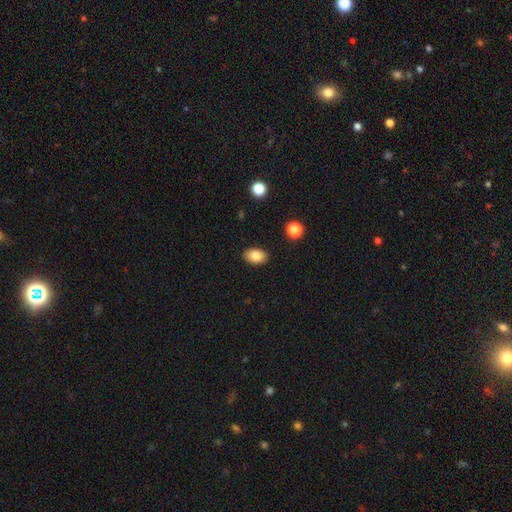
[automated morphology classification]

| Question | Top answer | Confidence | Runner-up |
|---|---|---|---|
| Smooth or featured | smooth | 84% | star or artifact (9%) |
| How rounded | in between | 88% | round (11%) |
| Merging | none | 88% | minor disturbance (8%) |